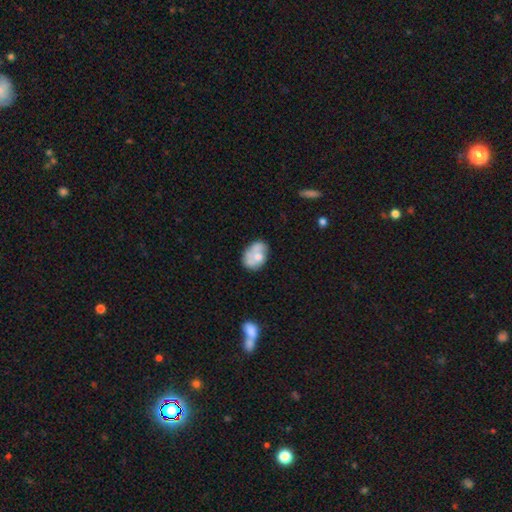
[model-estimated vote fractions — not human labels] Smooth or featured?
  - smooth: 57% *
  - featured or disk: 36%
  - star or artifact: 8%
How rounded?
  - in between: 76% *
  - round: 23%
  - cigar-shaped: 1%
Merging?
  - none: 43% *
  - minor disturbance: 27%
  - merger: 18%
  - major disturbance: 12%